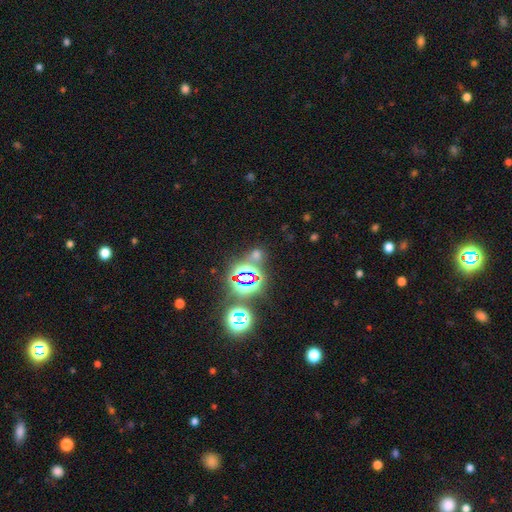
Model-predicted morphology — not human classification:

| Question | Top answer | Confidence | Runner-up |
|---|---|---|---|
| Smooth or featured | star or artifact | 62% | smooth (30%) |